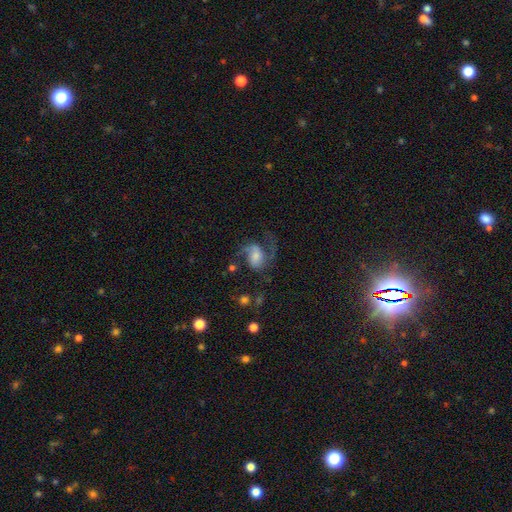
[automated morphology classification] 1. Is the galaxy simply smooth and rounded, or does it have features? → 79% featured or disk, 13% smooth, 7% star or artifact.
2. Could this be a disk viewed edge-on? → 98% no, 2% yes.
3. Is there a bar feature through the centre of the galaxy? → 48% no, 40% weak, 12% strong.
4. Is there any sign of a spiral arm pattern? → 95% yes, 5% no.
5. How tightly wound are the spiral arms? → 49% loose, 42% medium, 9% tight.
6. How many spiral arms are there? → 85% 2, 7% 1, 3% can't tell, 2% 3, 1% 4, 1% more than 4.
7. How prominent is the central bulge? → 34% small, 33% moderate, 17% large, 13% none, 4% dominant.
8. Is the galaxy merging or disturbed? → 54% none, 25% major disturbance, 17% minor disturbance, 3% merger.